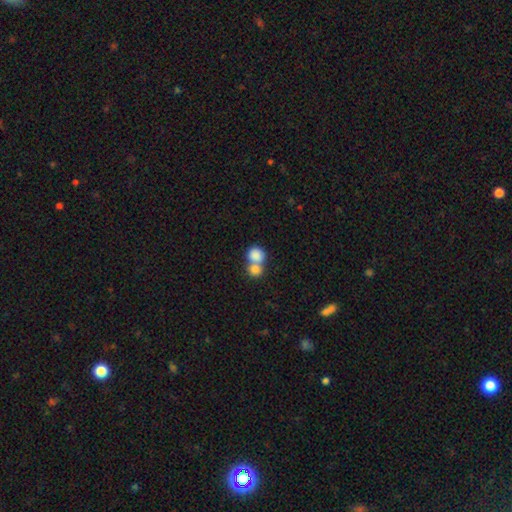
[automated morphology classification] Smooth or featured? Predicted: smooth (p=0.84). How rounded? Predicted: round (p=0.77). Merging? Predicted: merger (p=0.61).